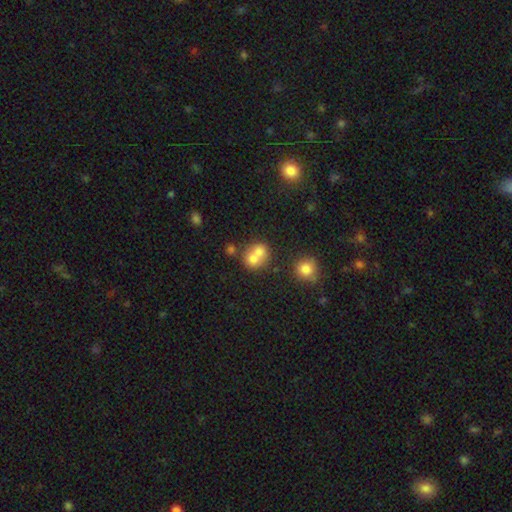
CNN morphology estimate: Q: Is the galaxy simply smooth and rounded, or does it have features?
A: smooth — 70%.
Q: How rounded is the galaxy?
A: round — 73%.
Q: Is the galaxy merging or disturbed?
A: merger — 63%.